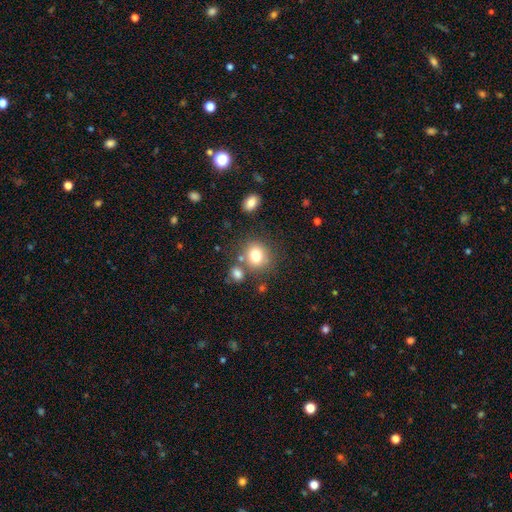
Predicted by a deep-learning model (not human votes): Smooth or featured? smooth (79%)
How rounded? round (78%)
Merging? none (70%)